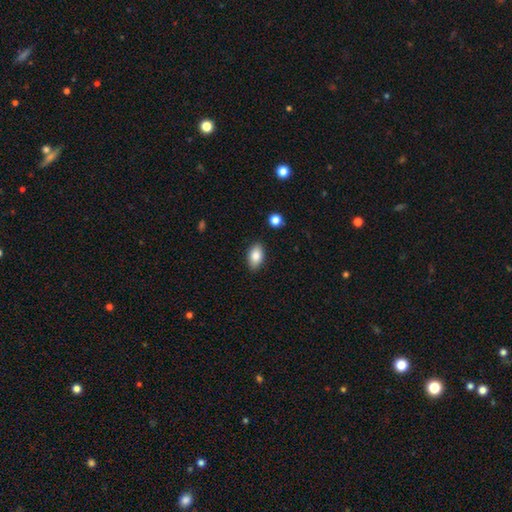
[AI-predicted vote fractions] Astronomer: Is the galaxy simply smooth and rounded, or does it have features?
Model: smooth — 85%.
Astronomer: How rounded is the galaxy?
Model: in between — 92%.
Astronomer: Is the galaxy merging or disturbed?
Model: none — 88%.